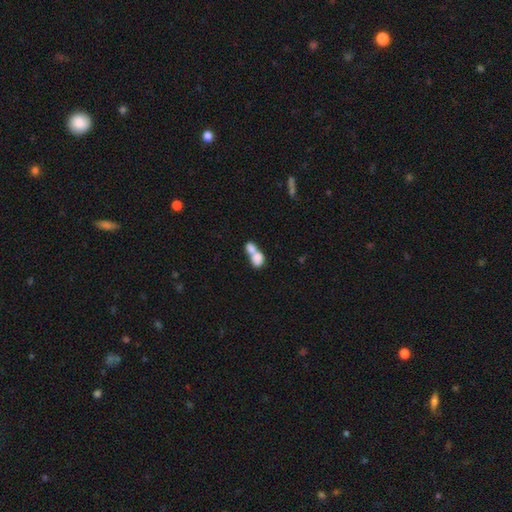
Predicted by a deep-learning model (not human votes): Smooth or featured? Predicted: smooth (p=0.78). How rounded? Predicted: in between (p=0.65). Merging? Predicted: merger (p=0.76).